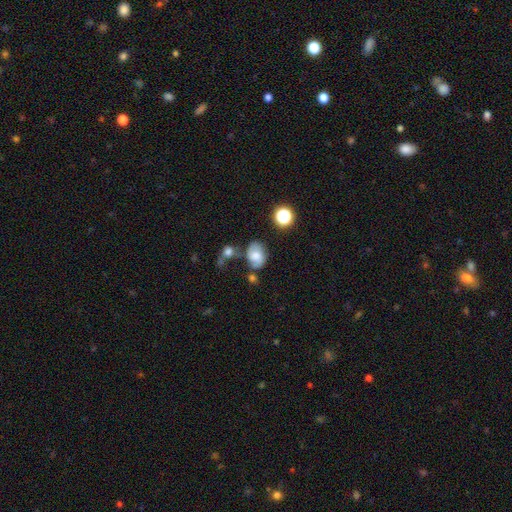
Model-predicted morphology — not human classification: The model was most divided on "smooth or featured": smooth: 51%, featured or disk: 37%, star or artifact: 12%. Remaining: how rounded — in between (72%); merging — none (48%).